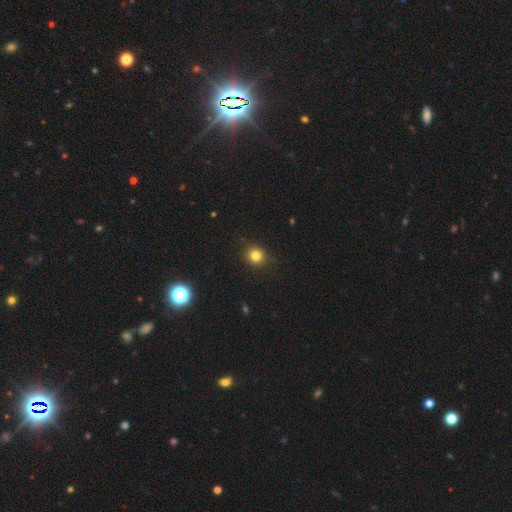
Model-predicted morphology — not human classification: A smooth galaxy with no disk features (81%) that is round (86%).

Vote fractions:
- Smooth or featured? smooth: 81% / star or artifact: 14% / featured or disk: 6%
- How rounded? round: 86% / in between: 13% / cigar-shaped: 1%
- Merging? none: 90% / minor disturbance: 7% / major disturbance: 2% / merger: 1%